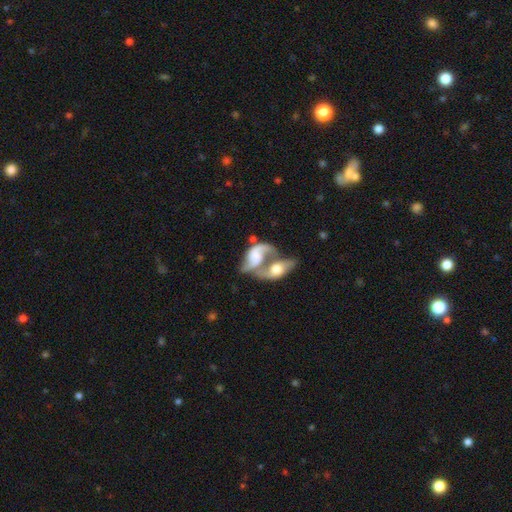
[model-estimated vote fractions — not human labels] Overall: featured or disk (68%). Edge-on disk: no (95%). Bar: no (65%; weak 26%). Spiral arms: yes (79%). Spiral arm count: 2 (68%). Spiral winding: loose (64%; medium 26%). Bulge size: moderate (28%; none 26%). Merging: merger (75%).